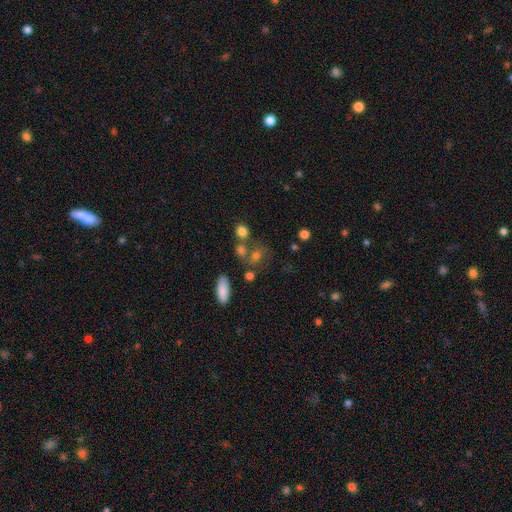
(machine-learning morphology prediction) smooth-or-featured: smooth: 64% | star or artifact: 18% | featured or disk: 18%
  how-rounded: round: 54% | in between: 42% | cigar-shaped: 4%
  merging: none: 56% | merger: 21% | minor disturbance: 15% | major disturbance: 8%